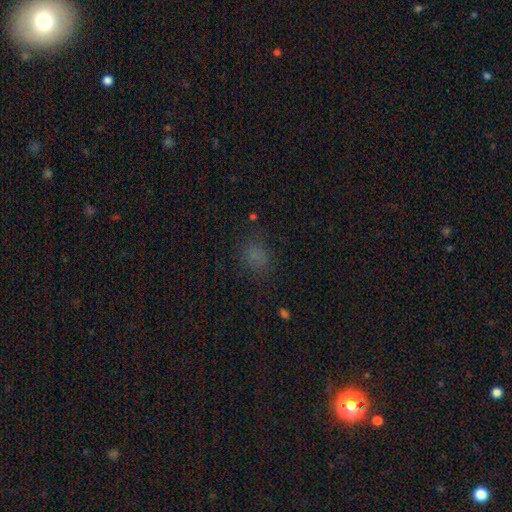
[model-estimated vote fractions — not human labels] Overall: smooth (70%). How rounded: round (55%; in between 43%). Merging: none (74%).